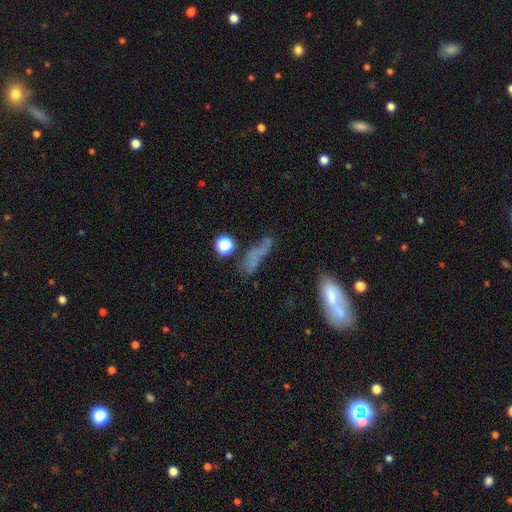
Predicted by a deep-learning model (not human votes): Smooth or featured? Predicted: smooth (p=0.56). How rounded? Predicted: cigar-shaped (p=0.60). Merging? Predicted: none (p=0.46).